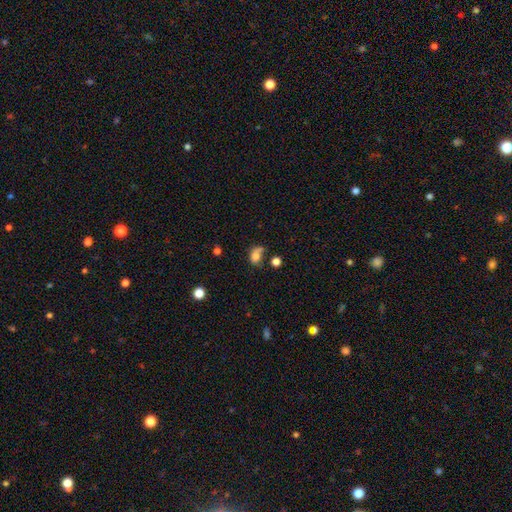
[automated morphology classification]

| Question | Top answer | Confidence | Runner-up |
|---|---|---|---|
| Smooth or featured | smooth | 71% | featured or disk (17%) |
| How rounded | in between | 64% | round (34%) |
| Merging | none | 31% | major disturbance (27%) |